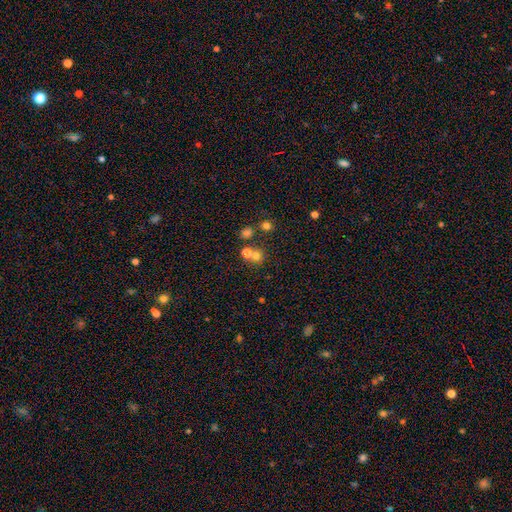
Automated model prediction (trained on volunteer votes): smooth-or-featured: smooth: 68% | star or artifact: 21% | featured or disk: 11%
  how-rounded: round: 86% | in between: 13% | cigar-shaped: 1%
  merging: none: 59% | merger: 30% | minor disturbance: 7% | major disturbance: 4%